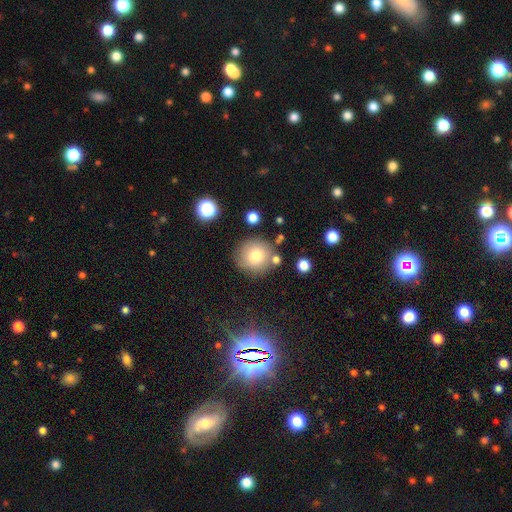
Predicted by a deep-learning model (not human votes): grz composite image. It shows a smooth galaxy with no disk features (76%) that is round (92%). Merging: none (77%).